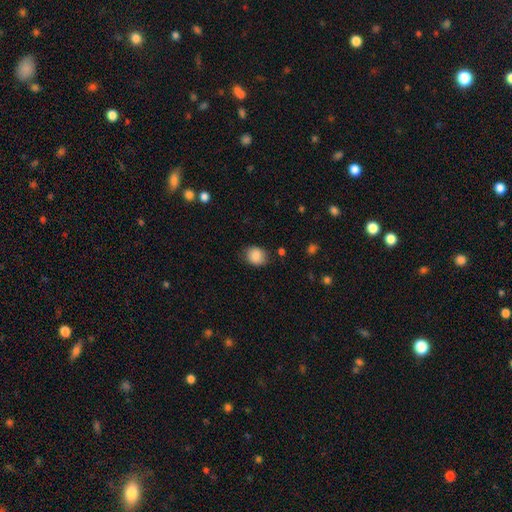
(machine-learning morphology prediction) Overall: smooth (86%). How rounded: round (55%; in between 44%). Merging: none (77%).